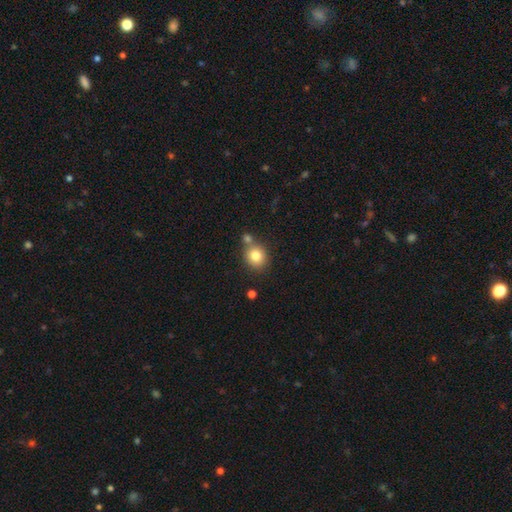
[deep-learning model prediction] smooth-or-featured: smooth: 80% | star or artifact: 11% | featured or disk: 9%
  how-rounded: round: 77% | in between: 22% | cigar-shaped: 1%
  merging: none: 64% | merger: 22% | minor disturbance: 10% | major disturbance: 3%